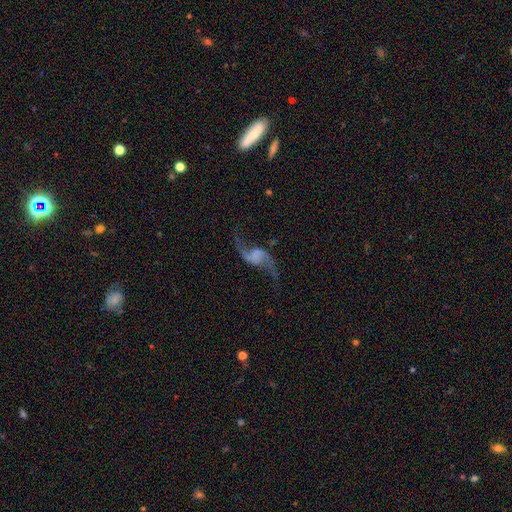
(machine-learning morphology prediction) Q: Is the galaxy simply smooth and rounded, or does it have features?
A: featured or disk — 89%.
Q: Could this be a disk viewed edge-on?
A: no — 97%.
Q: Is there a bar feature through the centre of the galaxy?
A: no — 46%.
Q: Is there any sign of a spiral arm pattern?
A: yes — 97%.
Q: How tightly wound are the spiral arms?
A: loose — 91%.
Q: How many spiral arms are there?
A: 2 — 94%.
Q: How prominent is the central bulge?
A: none — 65%.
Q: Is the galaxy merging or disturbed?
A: none — 73%.